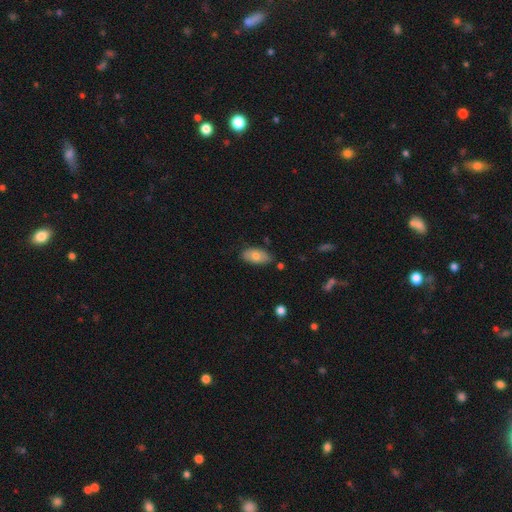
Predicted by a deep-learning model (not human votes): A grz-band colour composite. It shows a smooth galaxy with no disk features (71%) that is in between round and cigar-shaped (93%). Merging: none (74%).